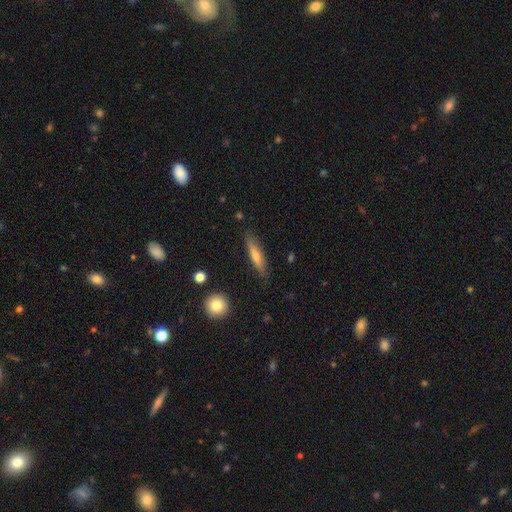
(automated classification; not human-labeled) Morphology: type=smooth (57%); roundness=cigar-shaped (85%); merging=none (84%).